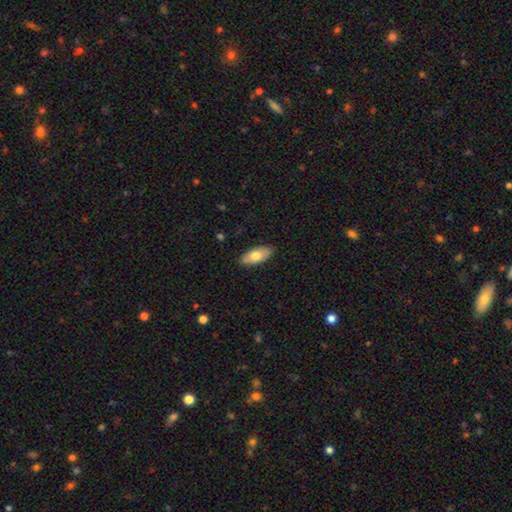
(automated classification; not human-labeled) This is likely a smooth galaxy (72%). How rounded: clearly in between (86%). Merging: clearly none (87%).